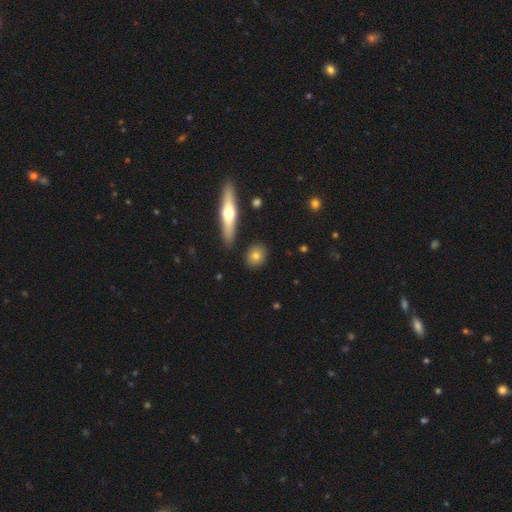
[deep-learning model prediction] smooth-or-featured: smooth: 75% | featured or disk: 17% | star or artifact: 8%
  how-rounded: round: 70% | in between: 25% | cigar-shaped: 5%
  merging: none: 87% | minor disturbance: 8% | merger: 2% | major disturbance: 2%